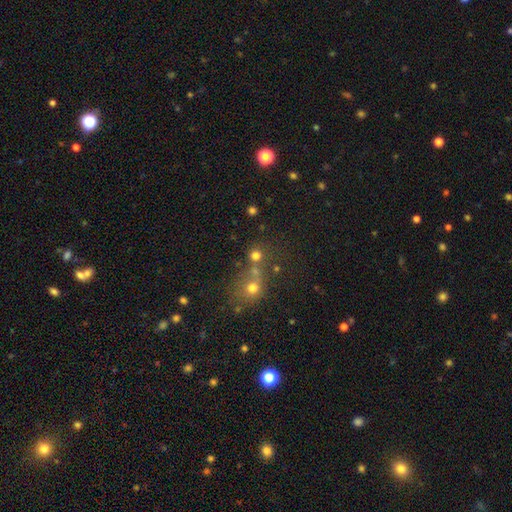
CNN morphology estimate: The model was most divided on "merging": none: 57%, merger: 32%, minor disturbance: 7%, major disturbance: 4%. More confident: how rounded — round (89%); smooth or featured — smooth (71%).